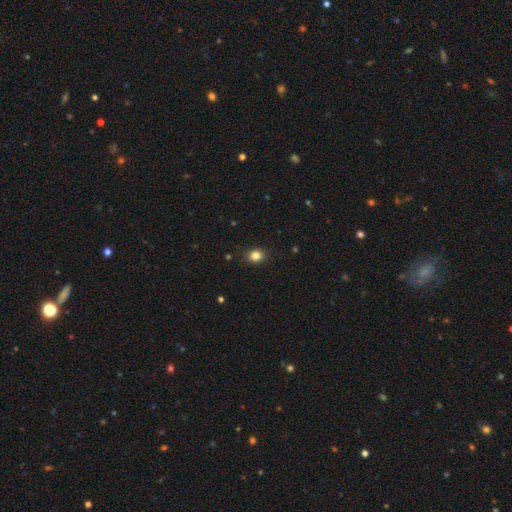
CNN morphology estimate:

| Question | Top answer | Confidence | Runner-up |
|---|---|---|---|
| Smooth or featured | smooth | 83% | star or artifact (12%) |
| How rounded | round | 61% | in between (38%) |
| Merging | none | 89% | minor disturbance (8%) |